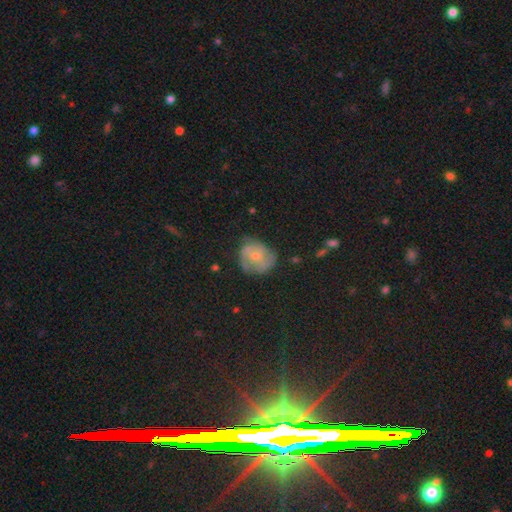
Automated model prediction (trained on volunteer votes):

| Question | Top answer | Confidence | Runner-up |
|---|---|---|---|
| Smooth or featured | featured or disk | 57% | smooth (32%) |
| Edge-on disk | no | 98% | yes (2%) |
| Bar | no | 67% | weak (28%) |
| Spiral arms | yes | 81% | no (19%) |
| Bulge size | small | 57% | moderate (33%) |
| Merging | none | 60% | minor disturbance (26%) |